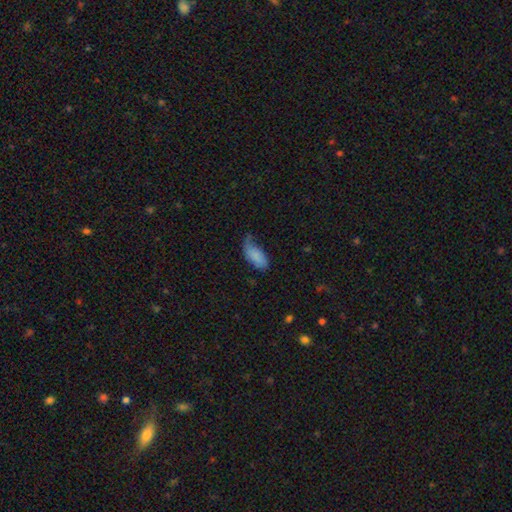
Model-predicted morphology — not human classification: Q: Smooth or featured?
A: smooth (81%); runner-up: featured or disk (12%)
Q: How rounded?
A: in between (91%); runner-up: cigar-shaped (7%)
Q: Merging?
A: minor disturbance (43%); runner-up: none (34%)